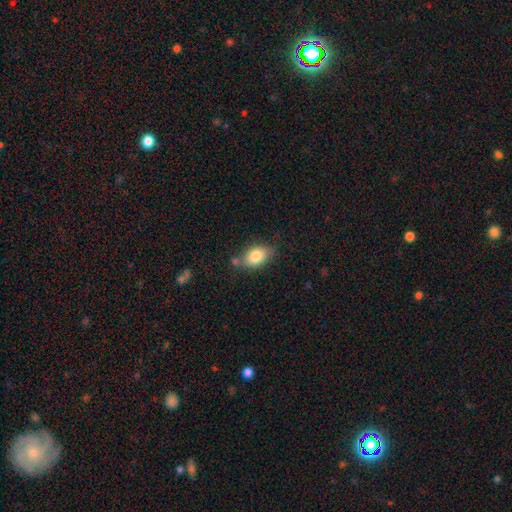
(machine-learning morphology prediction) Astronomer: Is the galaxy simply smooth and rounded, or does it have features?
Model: smooth — 81%.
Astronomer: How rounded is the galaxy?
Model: in between — 83%.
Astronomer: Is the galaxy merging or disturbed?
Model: none — 64%.